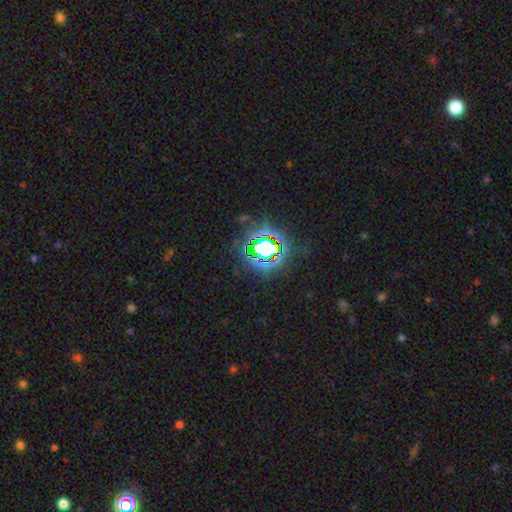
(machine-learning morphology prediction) Smooth or featured?
  - star or artifact: 72% *
  - smooth: 17%
  - featured or disk: 11%